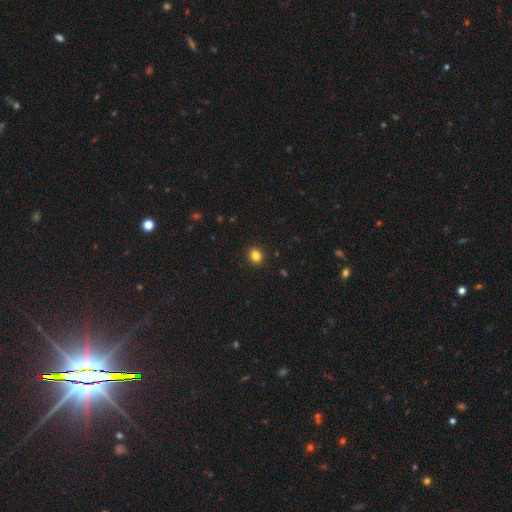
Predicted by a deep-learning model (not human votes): Smooth or featured? smooth (83%)
How rounded? round (77%)
Merging? none (92%)